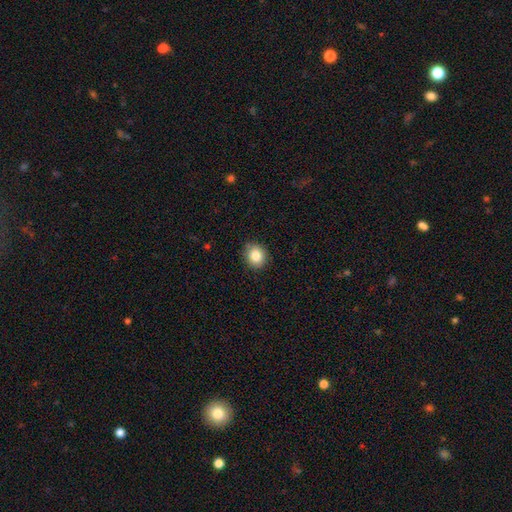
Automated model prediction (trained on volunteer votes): The model was most divided on "how rounded": round: 76%, in between: 24%, cigar-shaped: 1%. More confident: merging — none (87%); smooth or featured — smooth (84%).